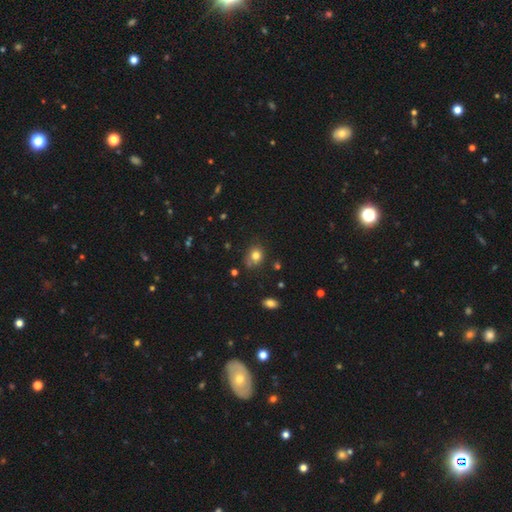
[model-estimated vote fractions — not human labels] The model was most divided on "how rounded": round: 63%, in between: 36%, cigar-shaped: 1%. More confident: smooth or featured — smooth (80%); merging — none (68%).